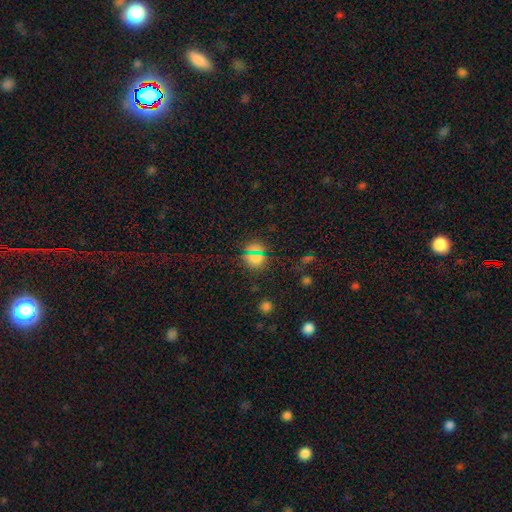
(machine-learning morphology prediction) smooth_or_featured: smooth (p=0.53) [alt: star or artifact p=0.40]
how_rounded: round (p=0.78) [alt: in between p=0.18]
merging: none (p=0.81) [alt: minor disturbance p=0.11]